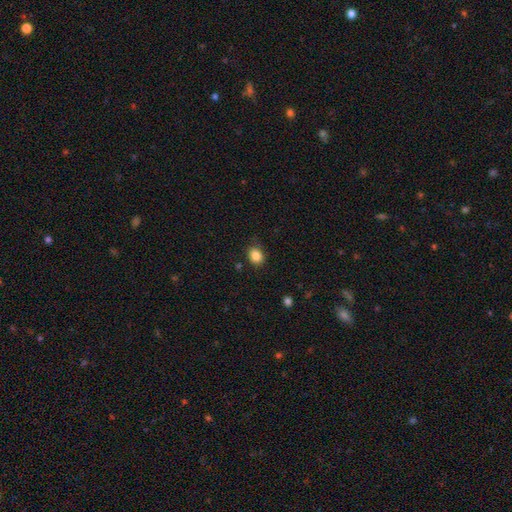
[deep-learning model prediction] The model was most divided on "how rounded": round: 54%, in between: 45%, cigar-shaped: 1%. More confident: smooth or featured — smooth (85%); merging — none (81%).